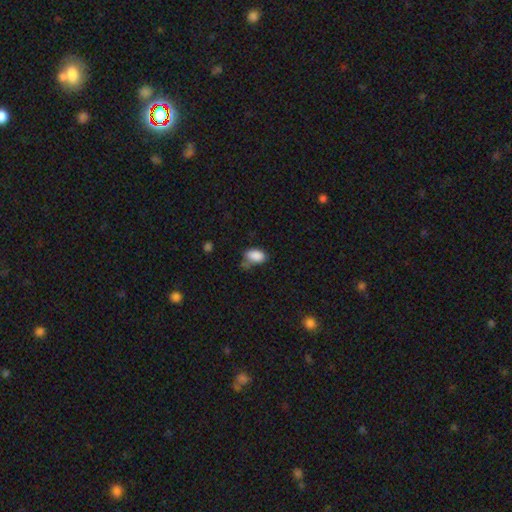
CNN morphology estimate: A smooth galaxy with no disk features (87%) that is in between round and cigar-shaped (91%).

Vote fractions:
- Smooth or featured? smooth: 87% / star or artifact: 8% / featured or disk: 5%
- How rounded? in between: 91% / round: 8% / cigar-shaped: 2%
- Merging? none: 50% / minor disturbance: 31% / major disturbance: 10% / merger: 9%